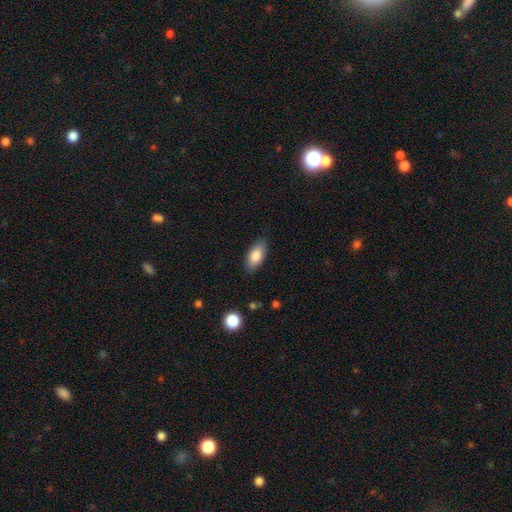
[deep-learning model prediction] Q: Smooth or featured?
A: smooth (83%); runner-up: featured or disk (10%)
Q: How rounded?
A: in between (89%); runner-up: cigar-shaped (8%)
Q: Merging?
A: none (84%); runner-up: minor disturbance (12%)